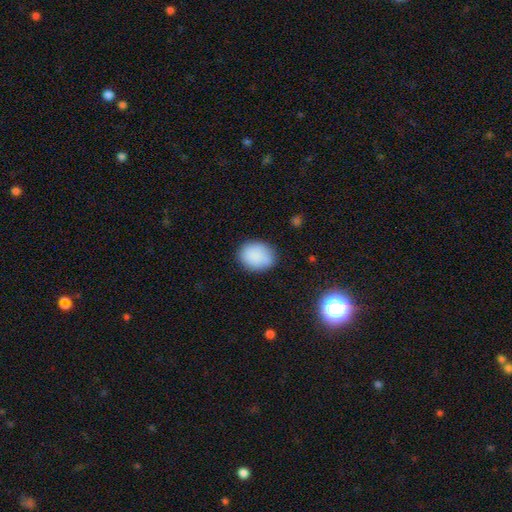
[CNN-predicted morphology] Smooth or featured: smooth — 87% (star or artifact — 7%)
How rounded: round — 53% (in between — 46%)
Merging: none — 81% (minor disturbance — 14%)